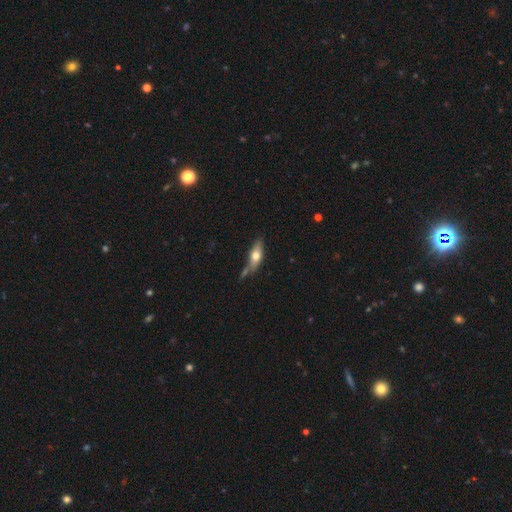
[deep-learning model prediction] Smooth or featured?
  - smooth: 58% *
  - featured or disk: 36%
  - star or artifact: 7%
How rounded?
  - in between: 58% *
  - cigar-shaped: 38%
  - round: 3%
Merging?
  - none: 53% *
  - minor disturbance: 23%
  - merger: 15%
  - major disturbance: 9%